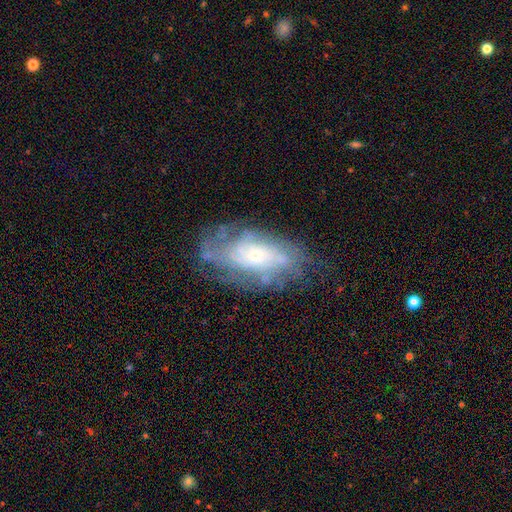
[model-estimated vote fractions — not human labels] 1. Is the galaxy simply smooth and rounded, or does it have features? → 72% featured or disk, 20% smooth, 8% star or artifact.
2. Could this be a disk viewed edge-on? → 92% no, 8% yes.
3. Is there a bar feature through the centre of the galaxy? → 78% no, 18% weak, 4% strong.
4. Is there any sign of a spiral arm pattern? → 78% yes, 22% no.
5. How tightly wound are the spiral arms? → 56% tight, 30% medium, 14% loose.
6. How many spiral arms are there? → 56% can't tell, 11% 2, 11% 4, 10% more than 4, 9% 3, 4% 1.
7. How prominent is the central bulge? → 64% small, 27% moderate, 4% large, 3% none, 1% dominant.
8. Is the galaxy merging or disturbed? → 65% none, 21% minor disturbance, 12% major disturbance, 2% merger.